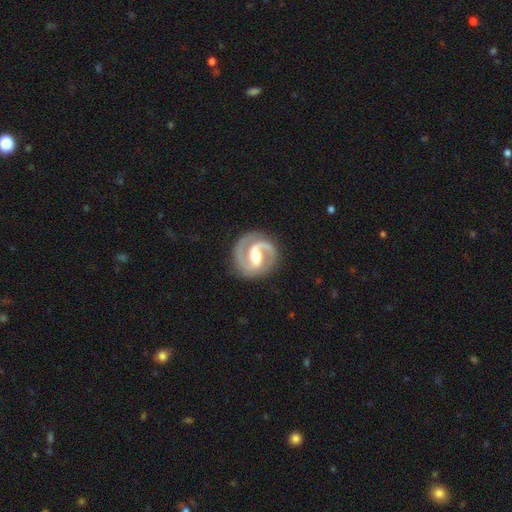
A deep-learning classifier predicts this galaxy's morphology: This appears to be a featured or disk galaxy (91%) with a weak bar (45%), 2 (91%) medium (53%) spiral arms (97%) and a moderate central bulge (61%). Merging: none (84%).